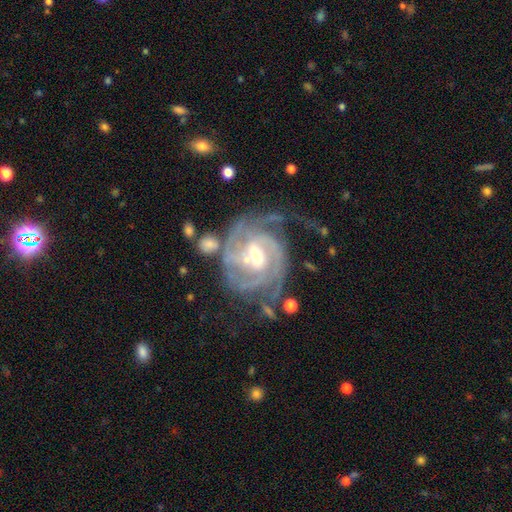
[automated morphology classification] Smooth or featured? featured or disk (91%)
Edge-on disk? no (98%)
Bar? weak (49%)
Spiral arms? yes (97%)
Spiral winding? tight (58%)
Spiral arm count? 2 (29%)
Bulge size? moderate (53%)
Merging? none (49%)